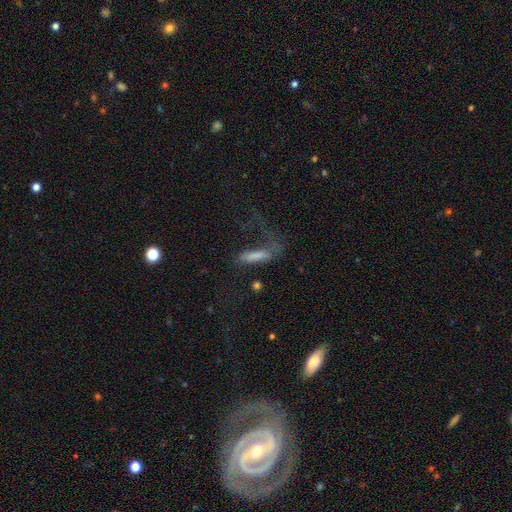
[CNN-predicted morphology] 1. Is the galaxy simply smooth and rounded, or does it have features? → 68% smooth, 20% featured or disk, 12% star or artifact.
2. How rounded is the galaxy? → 70% cigar-shaped, 27% in between, 4% round.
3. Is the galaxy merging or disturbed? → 49% major disturbance, 28% none, 17% minor disturbance, 6% merger.